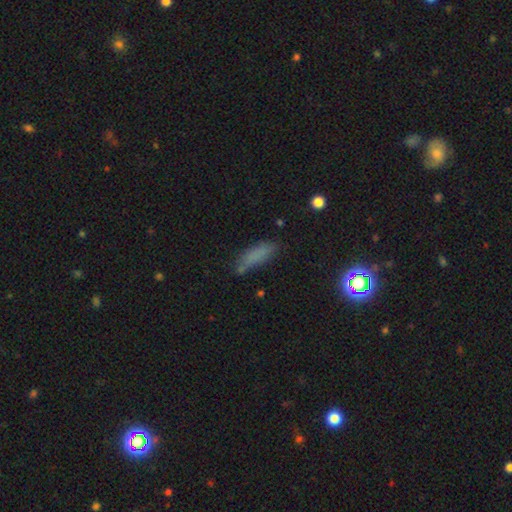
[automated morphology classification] Smooth or featured?
  - smooth: 73% *
  - star or artifact: 15%
  - featured or disk: 13%
How rounded?
  - cigar-shaped: 59% *
  - in between: 39%
  - round: 3%
Merging?
  - none: 65% *
  - minor disturbance: 22%
  - major disturbance: 7%
  - merger: 5%